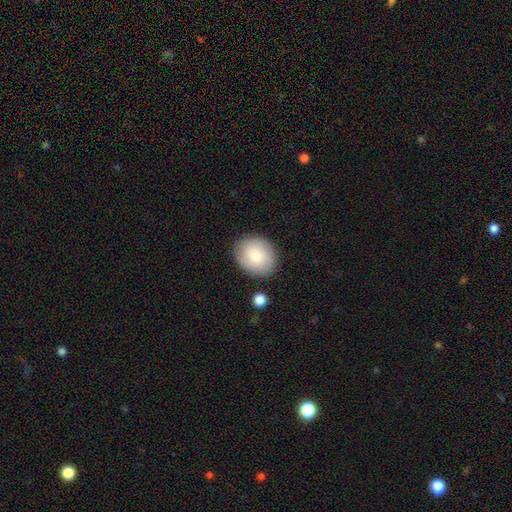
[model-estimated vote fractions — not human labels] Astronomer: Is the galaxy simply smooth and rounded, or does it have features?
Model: smooth — 79%.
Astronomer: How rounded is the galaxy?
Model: round — 55% (runner-up: in between, 44%).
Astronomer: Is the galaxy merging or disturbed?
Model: none — 83%.